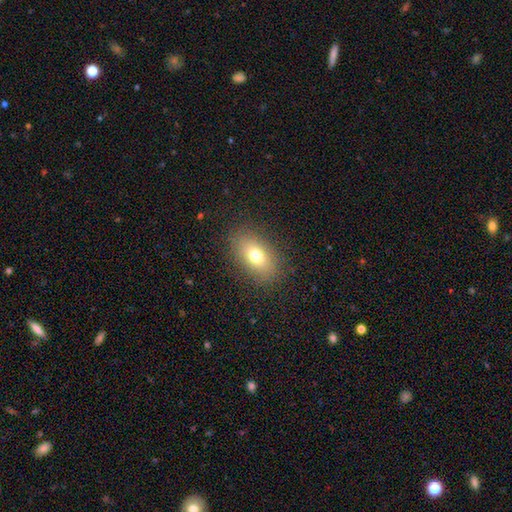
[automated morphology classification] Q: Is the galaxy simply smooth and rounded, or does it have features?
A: smooth — 74%.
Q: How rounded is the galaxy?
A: in between — 84%.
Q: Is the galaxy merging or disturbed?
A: none — 86%.